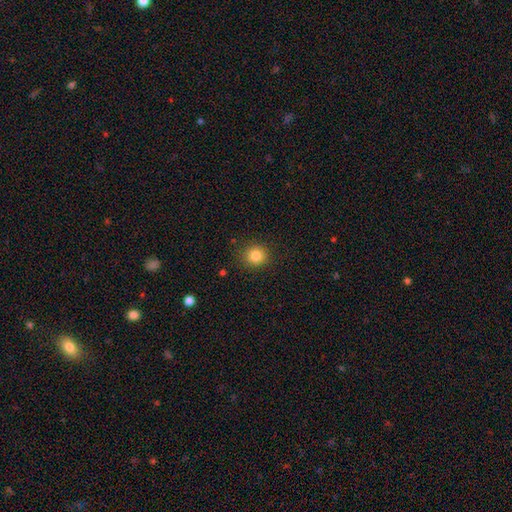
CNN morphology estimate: This is clearly a smooth galaxy (84%). How rounded: clearly round (89%). Merging: clearly none (89%).